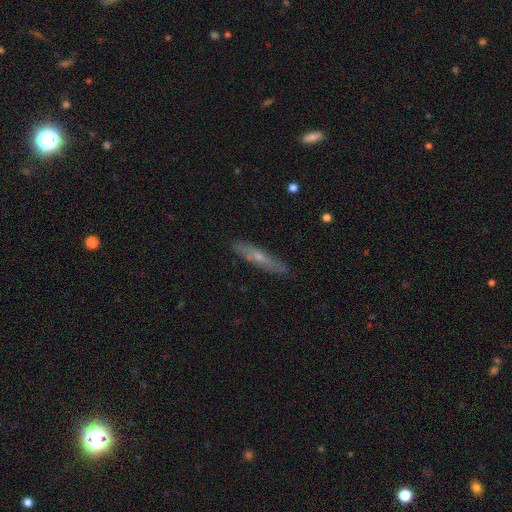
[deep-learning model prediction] Q: Smooth or featured?
A: featured or disk (51%); runner-up: smooth (39%)
Q: Edge-on disk?
A: yes (84%); runner-up: no (16%)
Q: Merging?
A: none (88%); runner-up: minor disturbance (10%)